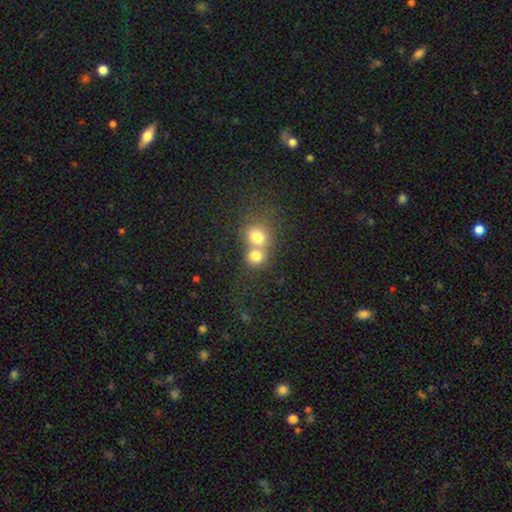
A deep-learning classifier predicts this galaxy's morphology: Q: Smooth or featured?
A: smooth (75%); runner-up: featured or disk (13%)
Q: How rounded?
A: round (78%); runner-up: in between (21%)
Q: Merging?
A: merger (64%); runner-up: none (29%)